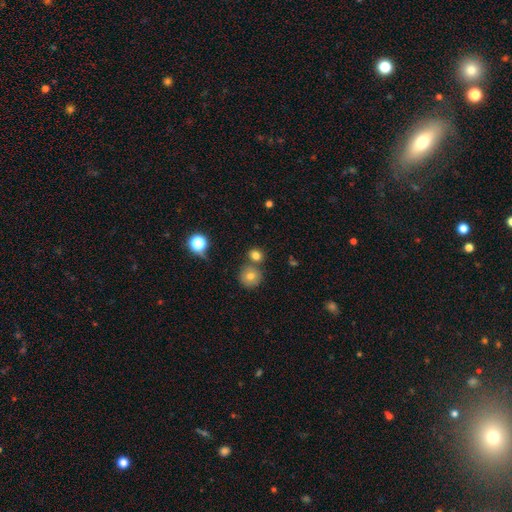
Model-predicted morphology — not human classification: This is likely a smooth galaxy (76%). How rounded: likely round (76%). Merging: likely none (64%).